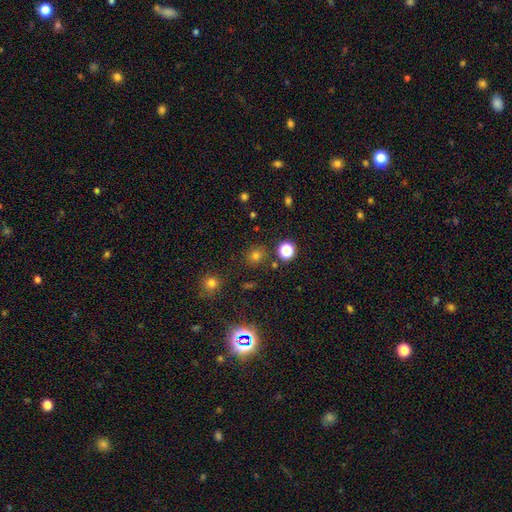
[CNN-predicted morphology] The model was most divided on "smooth or featured": smooth: 70%, star or artifact: 24%, featured or disk: 6%. More confident: how rounded — round (85%); merging — none (84%).